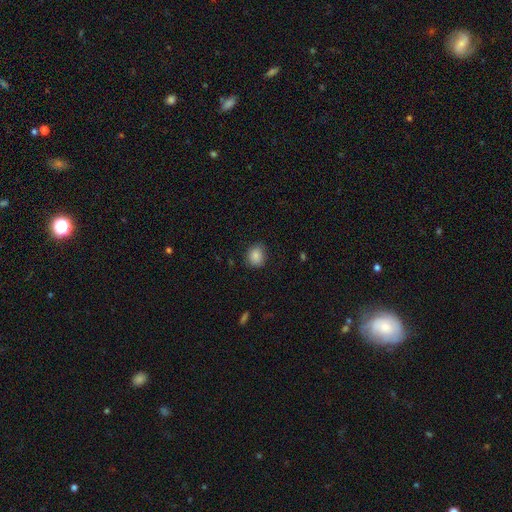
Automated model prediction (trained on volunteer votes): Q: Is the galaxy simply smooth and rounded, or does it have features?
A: smooth — 86%.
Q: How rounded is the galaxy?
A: round — 68%.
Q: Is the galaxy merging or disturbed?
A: none — 80%.